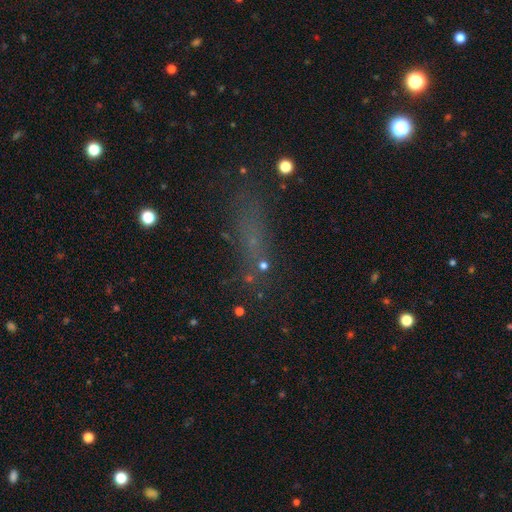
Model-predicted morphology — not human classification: The model was most divided on "smooth or featured": smooth: 47%, star or artifact: 33%, featured or disk: 19%. More confident: merging — none (63%).